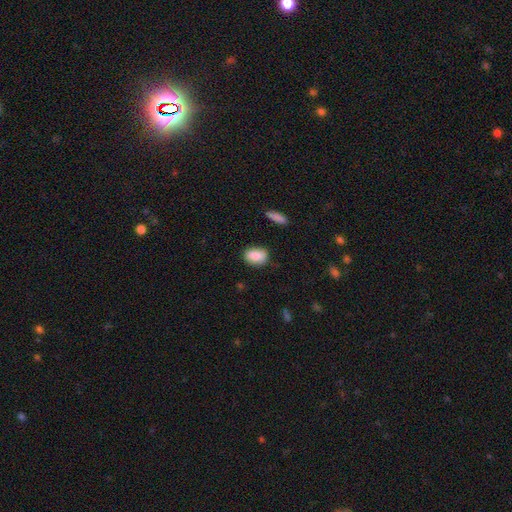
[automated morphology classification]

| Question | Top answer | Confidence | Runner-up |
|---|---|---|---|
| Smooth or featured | smooth | 88% | star or artifact (7%) |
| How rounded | in between | 81% | round (17%) |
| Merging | none | 80% | minor disturbance (15%) |